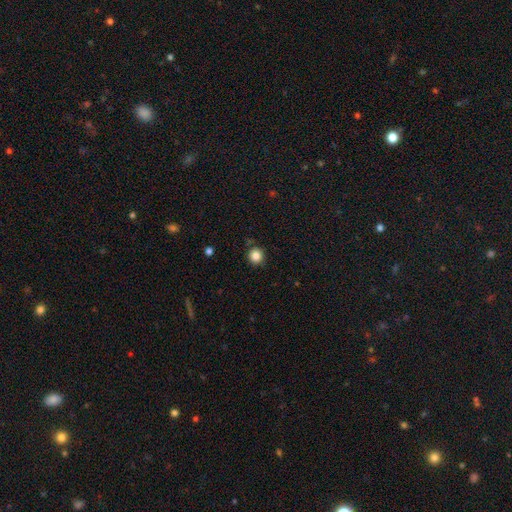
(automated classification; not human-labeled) A smooth galaxy with no disk features (84%) that is round (92%).

Vote fractions:
- Smooth or featured? smooth: 84% / star or artifact: 11% / featured or disk: 5%
- How rounded? round: 92% / in between: 7% / cigar-shaped: 1%
- Merging? none: 87% / minor disturbance: 9% / major disturbance: 2% / merger: 2%